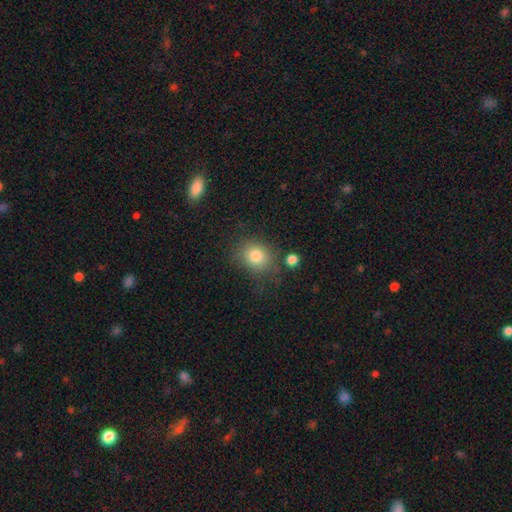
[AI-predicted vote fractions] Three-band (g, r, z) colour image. It shows a smooth galaxy with no disk features (81%) that is round (65%). Merging: none (72%).